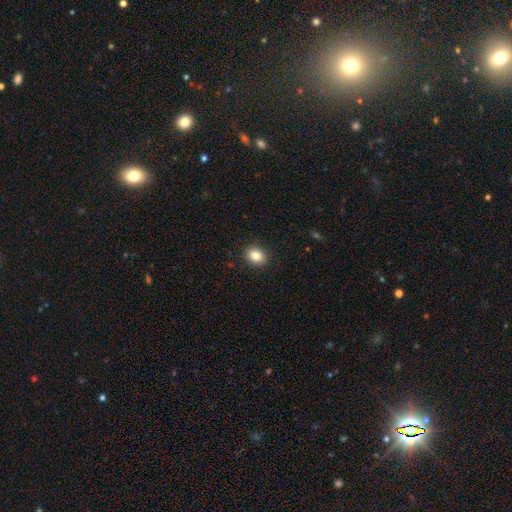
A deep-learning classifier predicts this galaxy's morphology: smooth-or-featured: smooth: 84% | star or artifact: 10% | featured or disk: 6%
  how-rounded: round: 54% | in between: 45% | cigar-shaped: 1%
  merging: none: 90% | minor disturbance: 7% | major disturbance: 2% | merger: 1%